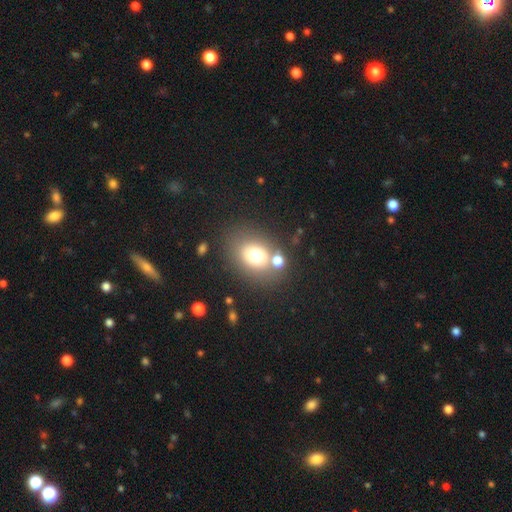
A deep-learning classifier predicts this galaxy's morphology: Smooth or featured?
  - smooth: 69% *
  - featured or disk: 18%
  - star or artifact: 13%
How rounded?
  - in between: 56% *
  - round: 43%
  - cigar-shaped: 1%
Merging?
  - none: 66% *
  - merger: 16%
  - minor disturbance: 12%
  - major disturbance: 6%